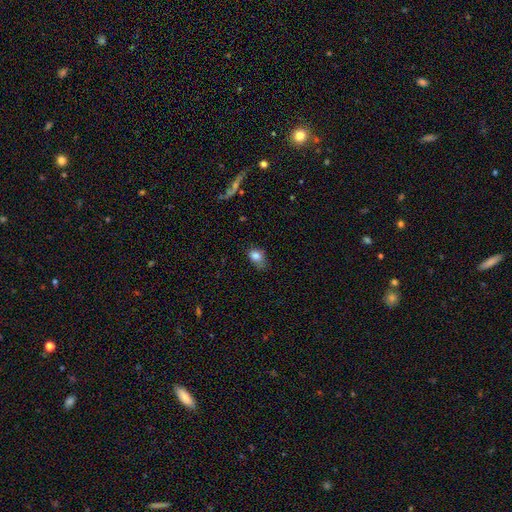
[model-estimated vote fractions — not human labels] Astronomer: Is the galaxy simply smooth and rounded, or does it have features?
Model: smooth — 82%.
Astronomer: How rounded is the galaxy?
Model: in between — 66%.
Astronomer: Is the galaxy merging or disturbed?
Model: none — 49% (runner-up: minor disturbance, 36%).